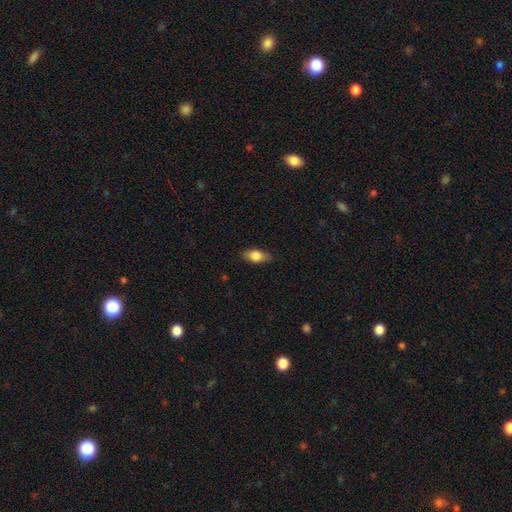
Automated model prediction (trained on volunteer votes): Smooth or featured: smooth — 77% (featured or disk — 16%)
How rounded: in between — 84% (cigar-shaped — 11%)
Merging: none — 82% (minor disturbance — 14%)